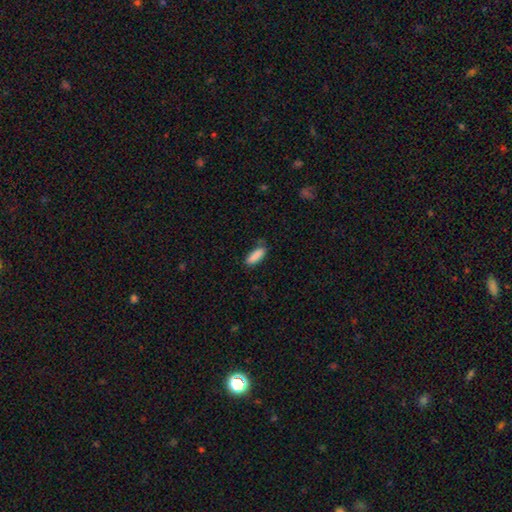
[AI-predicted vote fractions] Q: Smooth or featured?
A: smooth (89%); runner-up: star or artifact (7%)
Q: How rounded?
A: in between (62%); runner-up: cigar-shaped (36%)
Q: Merging?
A: none (75%); runner-up: minor disturbance (19%)